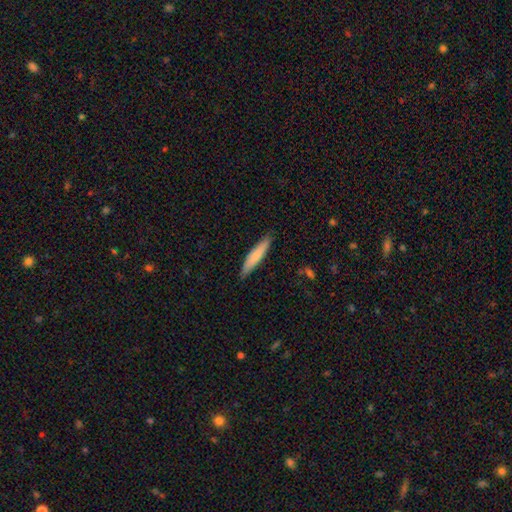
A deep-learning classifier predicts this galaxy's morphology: Smooth or featured: smooth — 73% (featured or disk — 21%)
How rounded: cigar-shaped — 88% (in between — 11%)
Merging: none — 87% (minor disturbance — 10%)